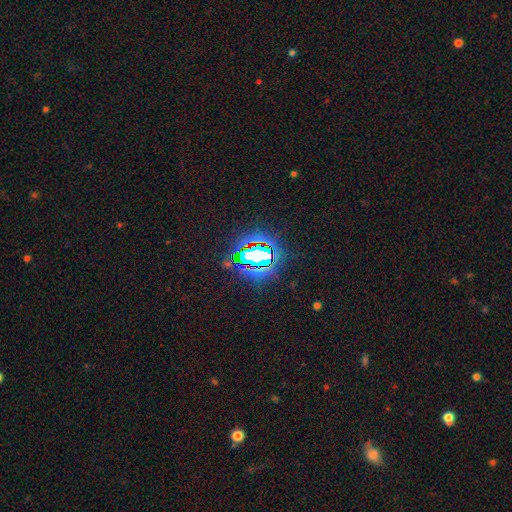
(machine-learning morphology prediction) This is likely a star or artifact rather than a galaxy (71%).